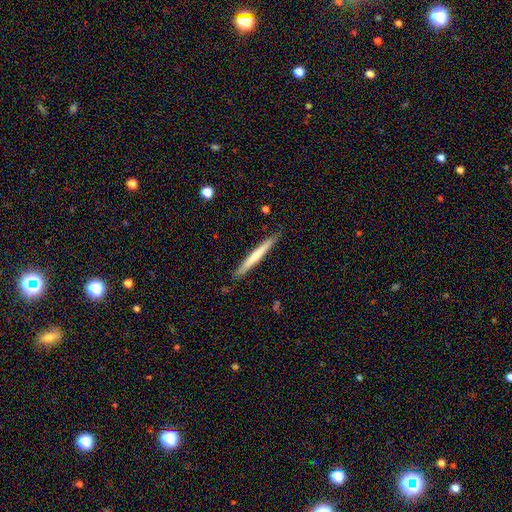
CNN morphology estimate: smooth 56%, featured or disk 39%, star or artifact 5%. Down the decision tree: how rounded — cigar-shaped (97%); merging — none (87%).